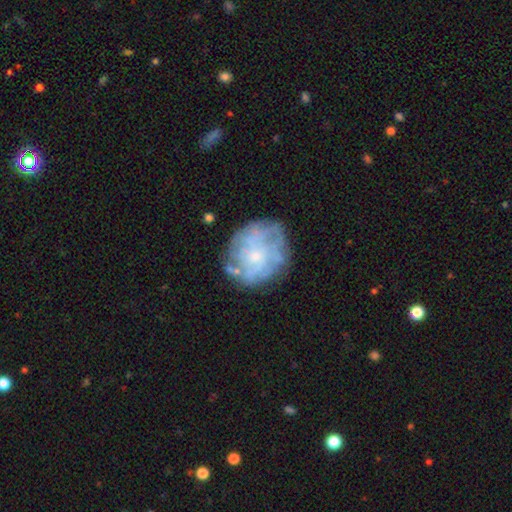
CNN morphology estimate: Smooth or featured? Predicted: featured or disk (p=0.65). Edge-on disk? Predicted: no (p=0.97). Bar? Predicted: no (p=0.83). Spiral arms? Predicted: yes (p=0.62). Bulge size? Predicted: small (p=0.71). Merging? Predicted: none (p=0.68).